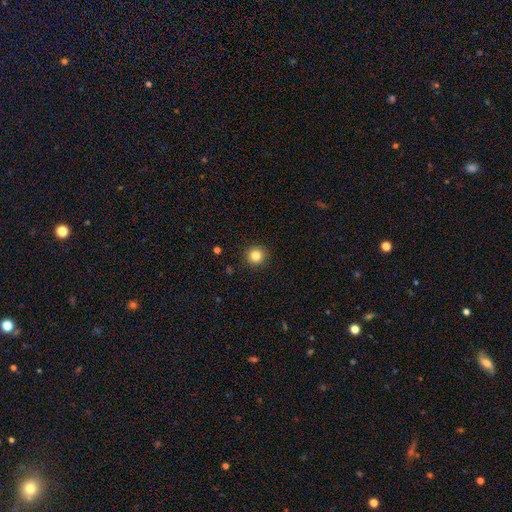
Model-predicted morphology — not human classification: smooth 83%, star or artifact 12%, featured or disk 5%. Down the decision tree: how rounded — round (94%); merging — none (92%).